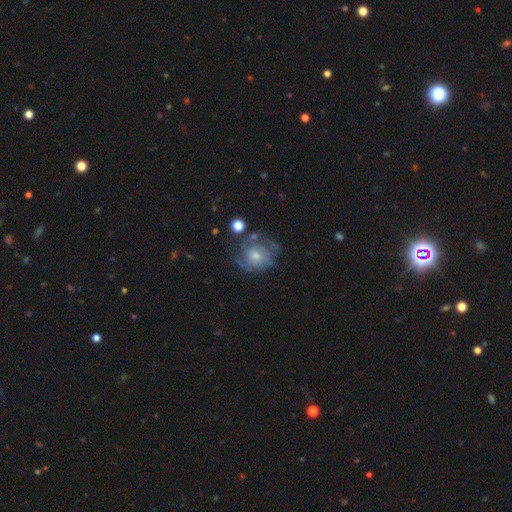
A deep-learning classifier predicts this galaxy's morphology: A featured or disk galaxy (55%) with no bar (79%), spiral arms (60%) and a moderate central bulge (53%). Merging: none (48%).